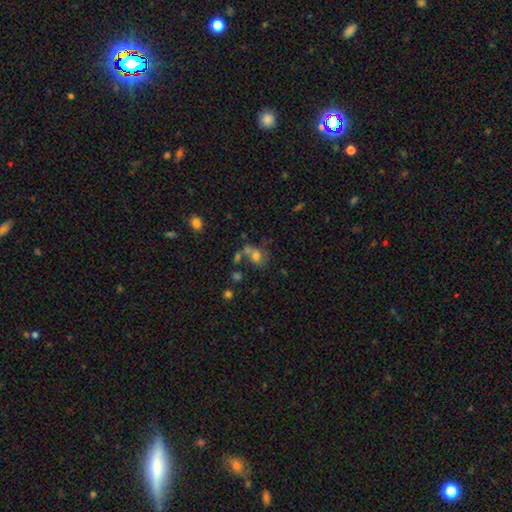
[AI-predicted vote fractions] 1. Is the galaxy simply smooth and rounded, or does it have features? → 63% smooth, 23% featured or disk, 14% star or artifact.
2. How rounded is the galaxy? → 59% in between, 39% round, 2% cigar-shaped.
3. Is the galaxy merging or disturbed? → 36% none, 35% merger, 16% minor disturbance, 13% major disturbance.